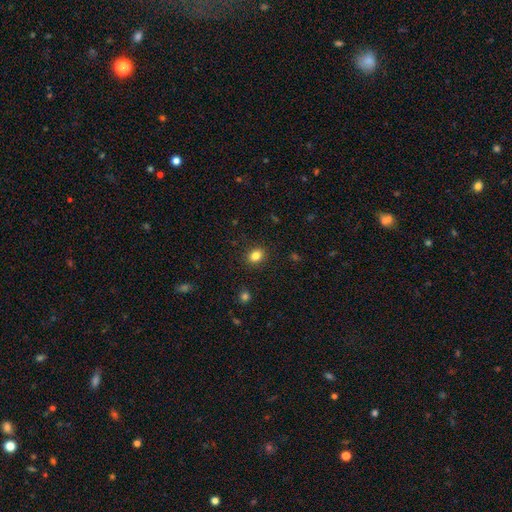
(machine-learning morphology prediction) A smooth galaxy with no disk features (84%) that is in between round and cigar-shaped (51%). Merging: none (89%).